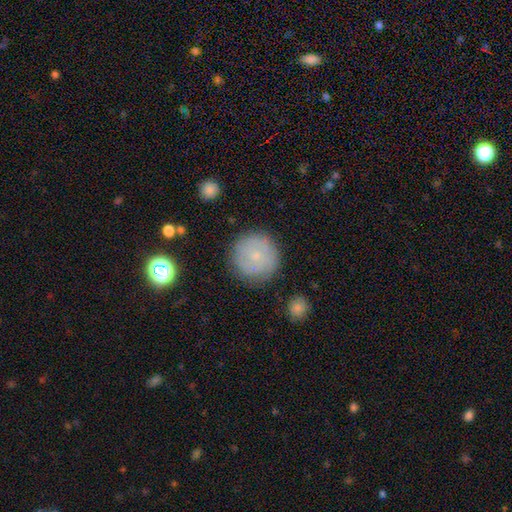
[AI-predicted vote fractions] The model was most divided on "smooth or featured": smooth: 53%, featured or disk: 38%, star or artifact: 9%. More confident: how rounded — round (95%); merging — none (83%).